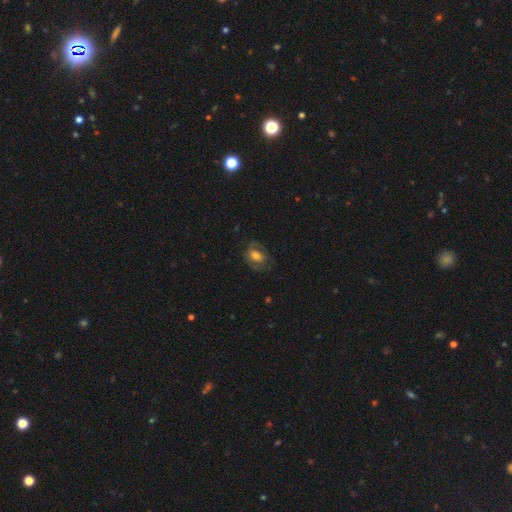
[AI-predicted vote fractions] Overall: smooth (51%; featured or disk 40%). How rounded: in between (70%). Merging: none (65%).